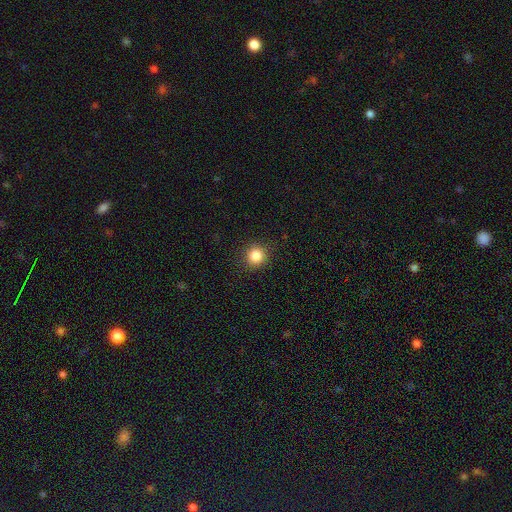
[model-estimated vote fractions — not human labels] Smooth or featured?
  - smooth: 85% *
  - star or artifact: 11%
  - featured or disk: 4%
How rounded?
  - round: 93% *
  - in between: 6%
  - cigar-shaped: 1%
Merging?
  - none: 90% *
  - minor disturbance: 7%
  - major disturbance: 2%
  - merger: 1%